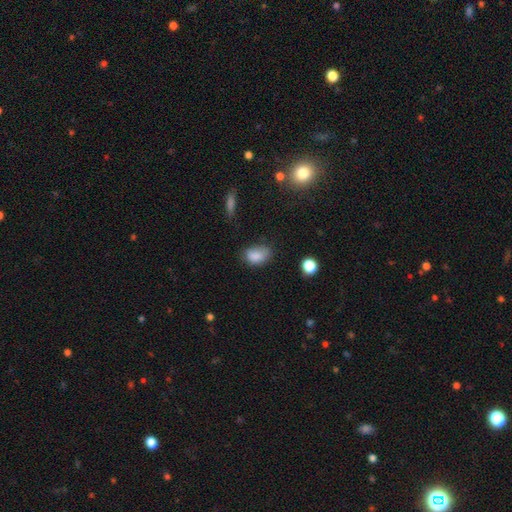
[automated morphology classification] smooth 83%, star or artifact 10%, featured or disk 7%. Down the decision tree: how rounded — in between (81%); merging — none (57%).